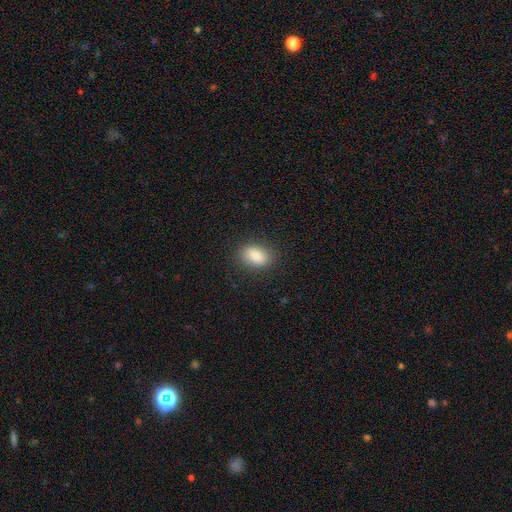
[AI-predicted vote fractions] Overall: smooth (88%). How rounded: in between (87%). Merging: none (85%).